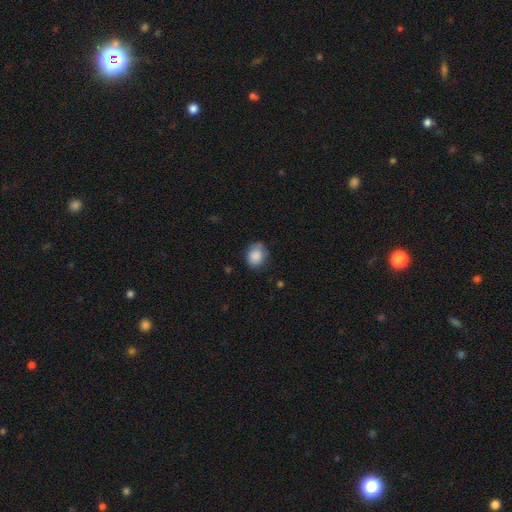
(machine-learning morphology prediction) smooth_or_featured: smooth (p=0.86) [alt: star or artifact p=0.08]
how_rounded: round (p=0.60) [alt: in between p=0.39]
merging: none (p=0.68) [alt: minor disturbance p=0.24]